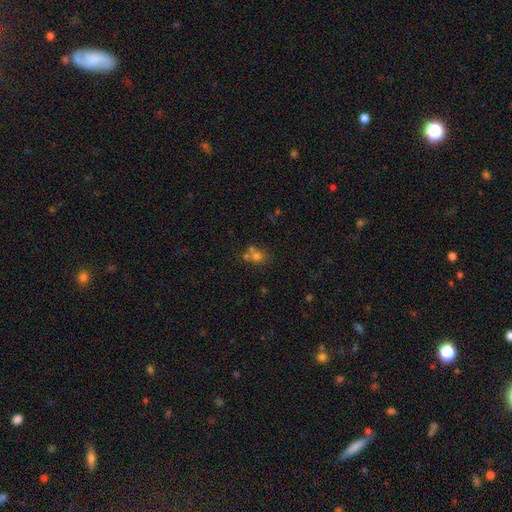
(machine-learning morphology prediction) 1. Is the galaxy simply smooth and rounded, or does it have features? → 60% smooth, 25% star or artifact, 15% featured or disk.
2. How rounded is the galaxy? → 74% round, 25% in between, 1% cigar-shaped.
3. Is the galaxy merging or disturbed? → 47% none, 40% merger, 9% minor disturbance, 4% major disturbance.